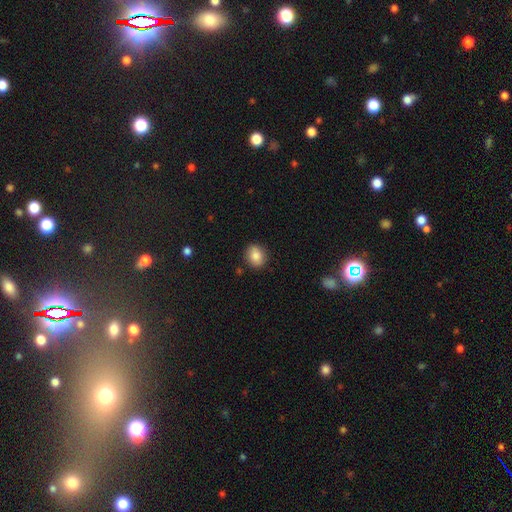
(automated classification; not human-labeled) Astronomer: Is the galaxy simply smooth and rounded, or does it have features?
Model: smooth — 85%.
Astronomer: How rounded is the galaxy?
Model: round — 53% (runner-up: in between, 46%).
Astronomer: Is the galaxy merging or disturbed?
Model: none — 85%.